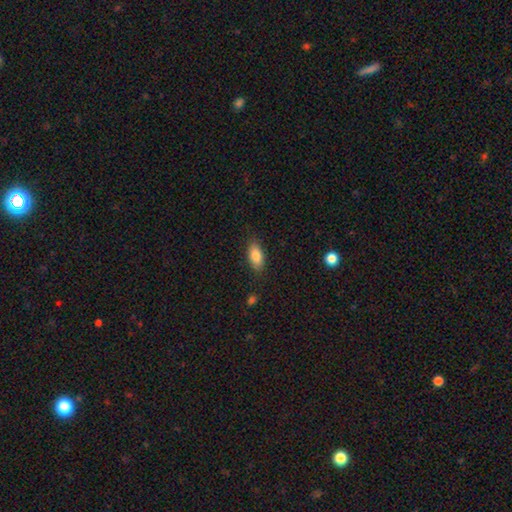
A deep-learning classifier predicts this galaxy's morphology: smooth 83%, featured or disk 10%, star or artifact 7%. Down the decision tree: how rounded — in between (86%); merging — none (83%).